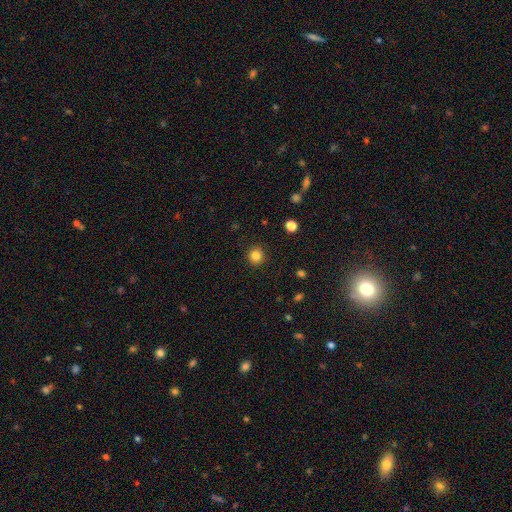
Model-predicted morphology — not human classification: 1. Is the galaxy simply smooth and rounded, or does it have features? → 84% smooth, 12% star or artifact, 4% featured or disk.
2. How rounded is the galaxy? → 91% round, 8% in between, 1% cigar-shaped.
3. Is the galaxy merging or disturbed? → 91% none, 6% minor disturbance, 2% major disturbance, 1% merger.